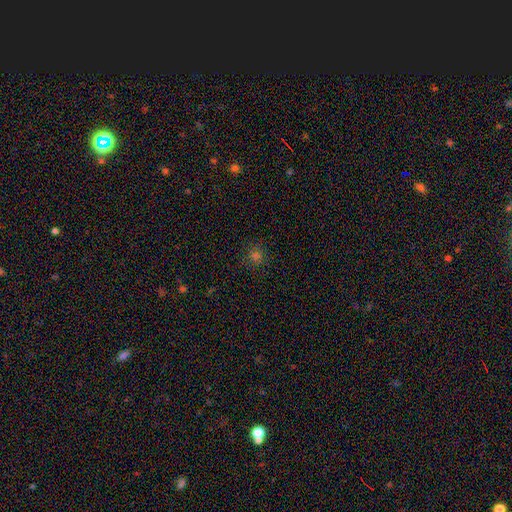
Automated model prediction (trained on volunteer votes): A smooth galaxy with no disk features (69%) that is round (91%).

Vote fractions:
- Smooth or featured? smooth: 69% / star or artifact: 25% / featured or disk: 6%
- How rounded? round: 91% / in between: 8% / cigar-shaped: 1%
- Merging? none: 87% / minor disturbance: 9% / major disturbance: 3% / merger: 1%